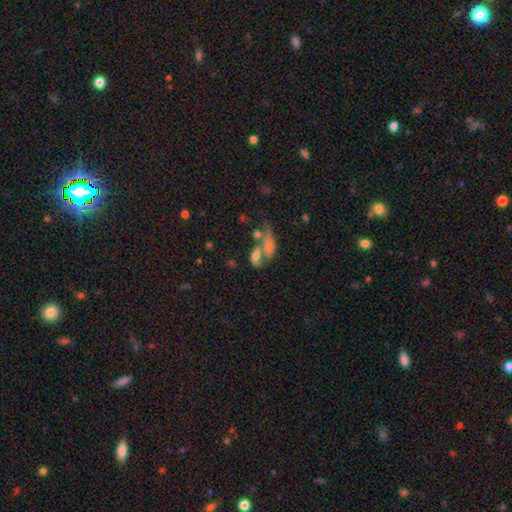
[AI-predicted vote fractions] Smooth or featured? Predicted: smooth (p=0.61). How rounded? Predicted: in between (p=0.74). Merging? Predicted: merger (p=0.51).